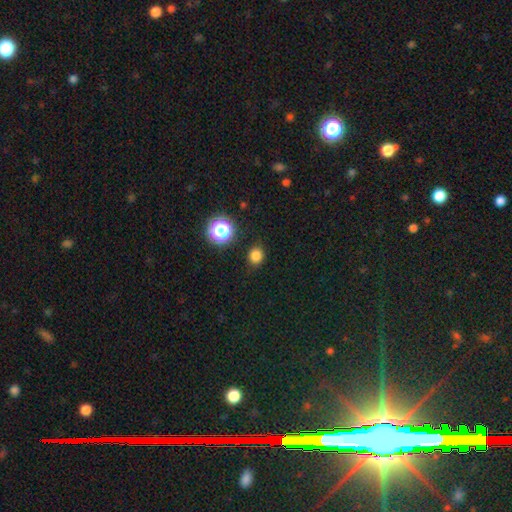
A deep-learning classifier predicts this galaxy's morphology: smooth-or-featured: smooth: 80% | star or artifact: 16% | featured or disk: 4%
  how-rounded: round: 79% | in between: 20% | cigar-shaped: 1%
  merging: none: 89% | minor disturbance: 7% | major disturbance: 2% | merger: 1%